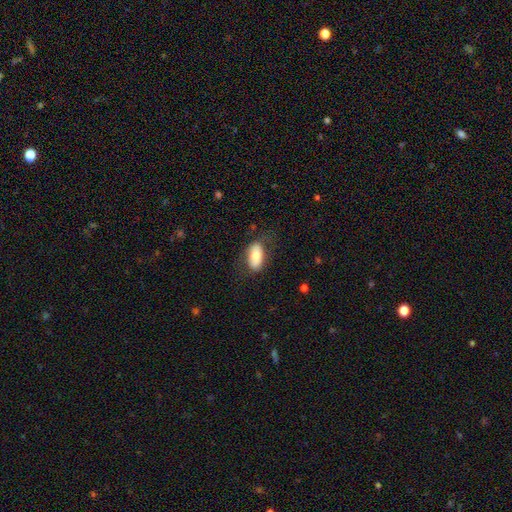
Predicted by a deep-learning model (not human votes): This appears to be a smooth galaxy with no disk features (73%) that is in between round and cigar-shaped (91%). Merging: none (68%).